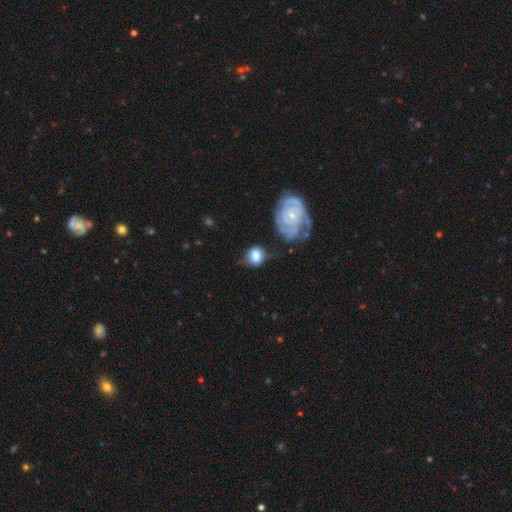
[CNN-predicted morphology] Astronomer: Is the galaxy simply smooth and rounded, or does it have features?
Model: smooth — 62%.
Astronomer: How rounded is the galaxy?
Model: round — 70%.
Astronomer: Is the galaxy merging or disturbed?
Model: none — 51%.